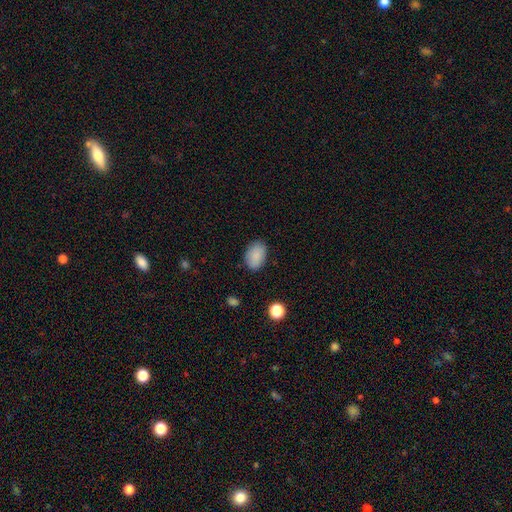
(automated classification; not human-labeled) Smooth or featured? Predicted: smooth (p=0.88). How rounded? Predicted: in between (p=0.87). Merging? Predicted: none (p=0.83).